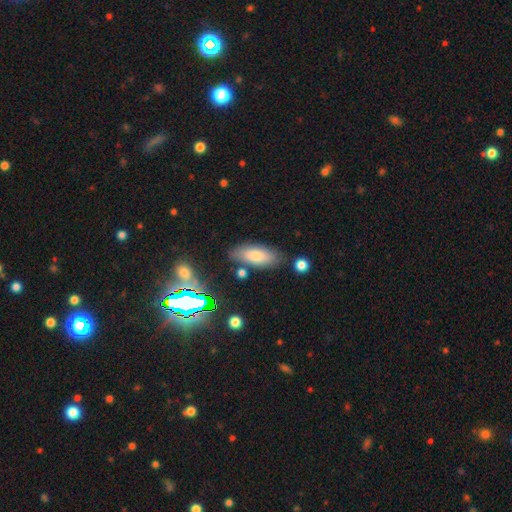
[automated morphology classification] A smooth galaxy with no disk features (69%) that is in between round and cigar-shaped (79%).

Vote fractions:
- Smooth or featured? smooth: 69% / star or artifact: 16% / featured or disk: 15%
- How rounded? in between: 79% / cigar-shaped: 18% / round: 3%
- Merging? none: 82% / minor disturbance: 11% / merger: 4% / major disturbance: 3%